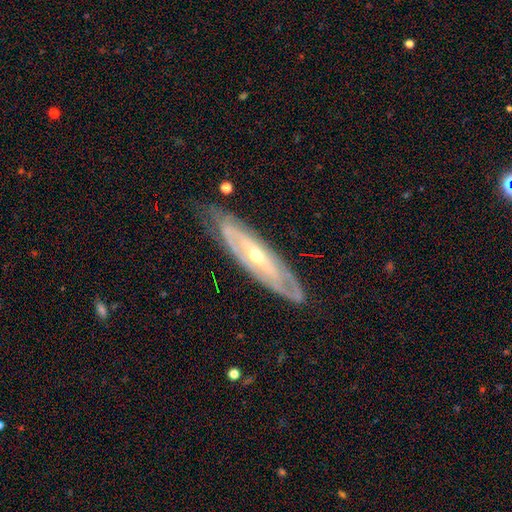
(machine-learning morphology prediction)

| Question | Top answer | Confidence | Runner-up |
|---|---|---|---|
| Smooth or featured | featured or disk | 82% | smooth (13%) |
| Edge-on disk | no | 68% | yes (32%) |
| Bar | no | 40% | weak (32%) |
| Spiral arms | yes | 81% | no (19%) |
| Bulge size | small | 53% | moderate (43%) |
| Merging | none | 77% | minor disturbance (16%) |